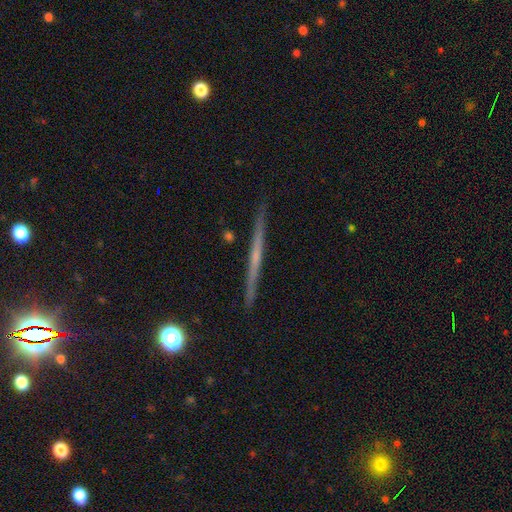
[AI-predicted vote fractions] This appears to be a featured or disk galaxy (64%) viewed edge-on (98%) with no central bulge (78%). Merging: none (91%).